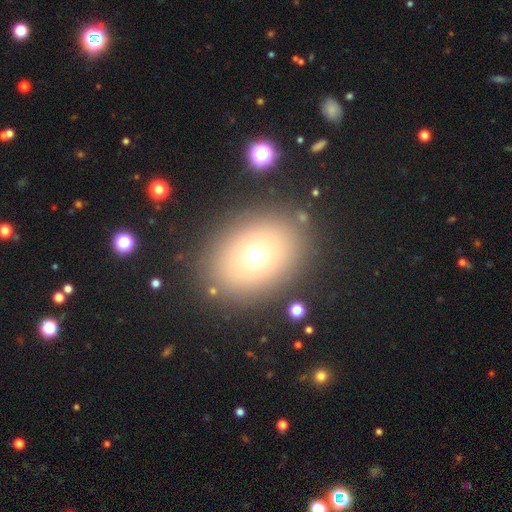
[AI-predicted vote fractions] Morphology: type=smooth (69%); roundness=in between (54%); merging=none (84%).